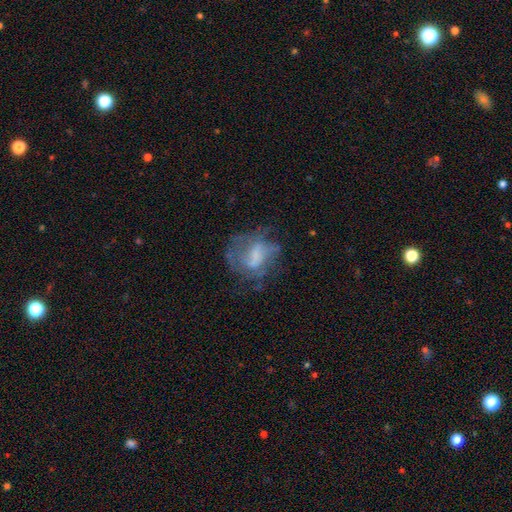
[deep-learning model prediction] A featured or disk galaxy (60%) with a weak bar (44%), spiral arms (59%) and no central bulge (33%).

Vote fractions:
- Smooth or featured? featured or disk: 60% / smooth: 28% / star or artifact: 12%
- Edge-on disk? no: 97% / yes: 3%
- Bar? weak: 44% / no: 41% / strong: 15%
- Spiral arms? yes: 59% / no: 41%
- Bulge size? none: 33% / moderate: 29% / small: 28% / large: 9% / dominant: 2%
- Merging? none: 49% / major disturbance: 26% / minor disturbance: 22% / merger: 3%